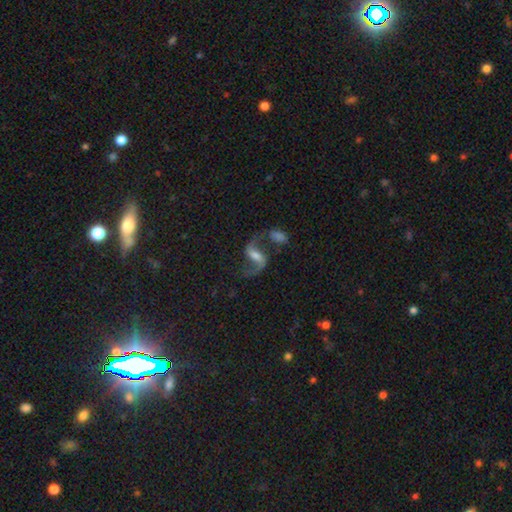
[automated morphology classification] Overall: featured or disk (85%). Edge-on disk: no (96%). Bar: weak (43%; strong 36%). Spiral arms: yes (95%). Spiral arm count: 2 (92%). Spiral winding: loose (77%). Bulge size: moderate (49%; small 34%). Merging: none (59%).